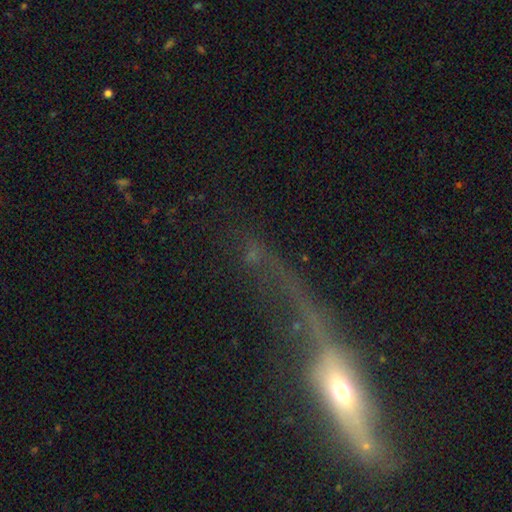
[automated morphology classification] The model was most divided on "smooth or featured": featured or disk: 44%, smooth: 32%, star or artifact: 24%. Remaining: merging — major disturbance (44%).